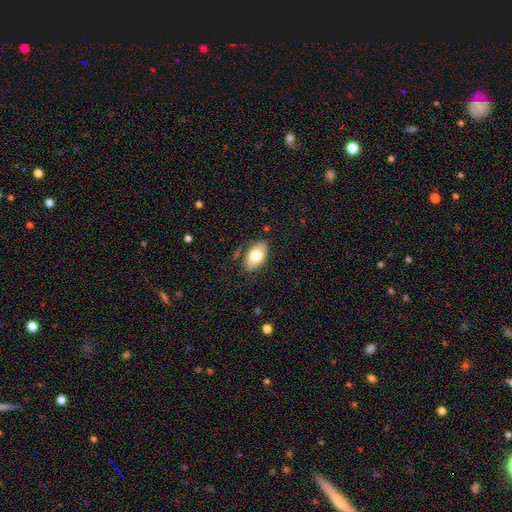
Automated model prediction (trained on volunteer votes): Overall: smooth (75%). How rounded: in between (93%). Merging: none (82%).